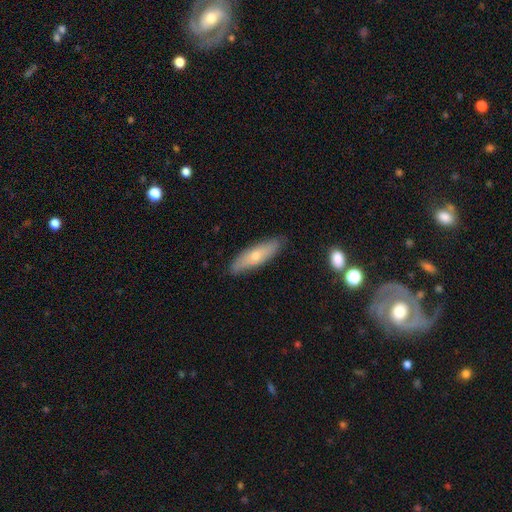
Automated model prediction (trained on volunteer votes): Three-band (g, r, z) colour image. It shows a smooth galaxy with no disk features (59%) that is cigar-shaped (59%). Merging: none (84%).